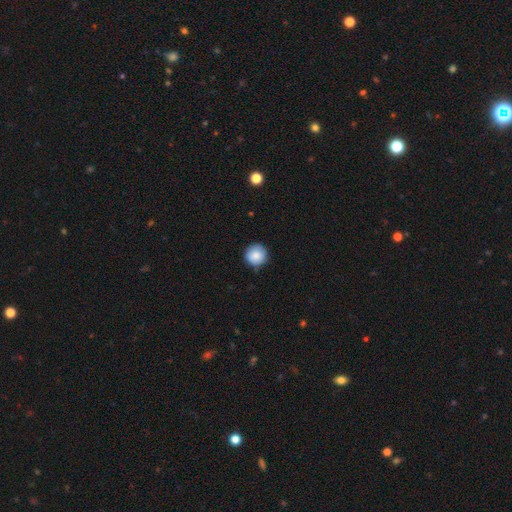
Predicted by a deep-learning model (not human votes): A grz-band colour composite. It shows a smooth galaxy with no disk features (85%) that is round (95%). Merging: none (85%).